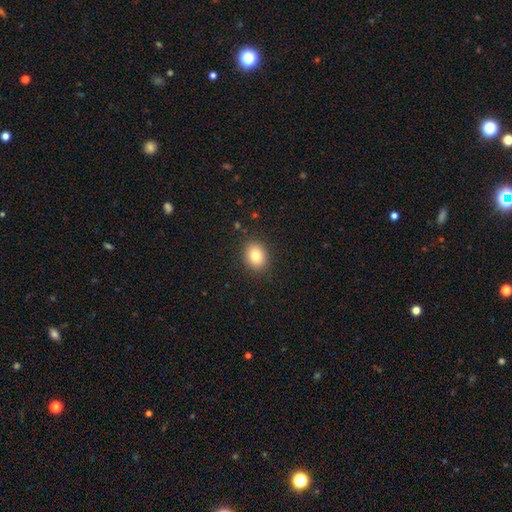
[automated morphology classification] Smooth or featured?
  - smooth: 81% *
  - star or artifact: 10%
  - featured or disk: 9%
How rounded?
  - round: 50% *
  - in between: 49%
  - cigar-shaped: 1%
Merging?
  - none: 89% *
  - minor disturbance: 8%
  - major disturbance: 2%
  - merger: 1%